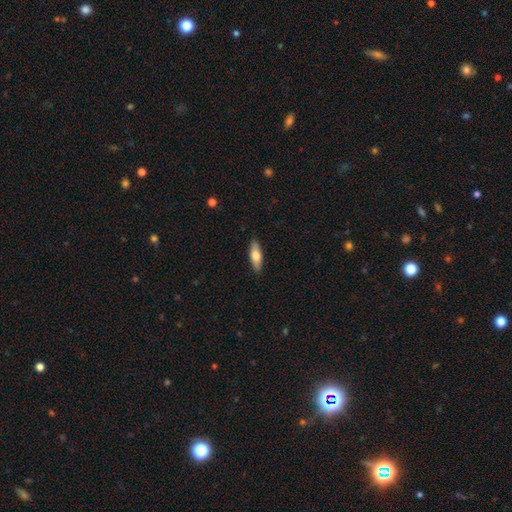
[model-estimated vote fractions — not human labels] The model was most divided on "how rounded": in between: 56%, cigar-shaped: 42%, round: 2%. More confident: merging — none (89%); smooth or featured — smooth (67%).